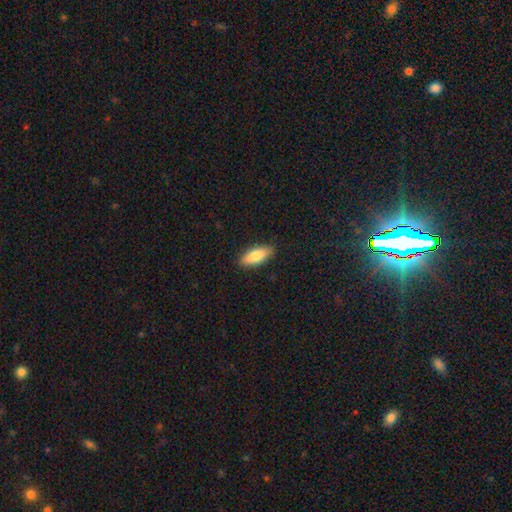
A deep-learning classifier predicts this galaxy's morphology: This is clearly a smooth galaxy (80%). How rounded: likely in between (75%). Merging: clearly none (88%).